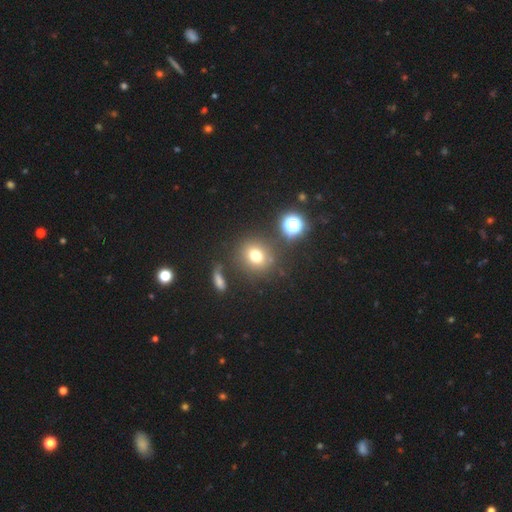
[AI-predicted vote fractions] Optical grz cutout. It shows a smooth galaxy with no disk features (71%) that is round (78%). Merging: none (78%).